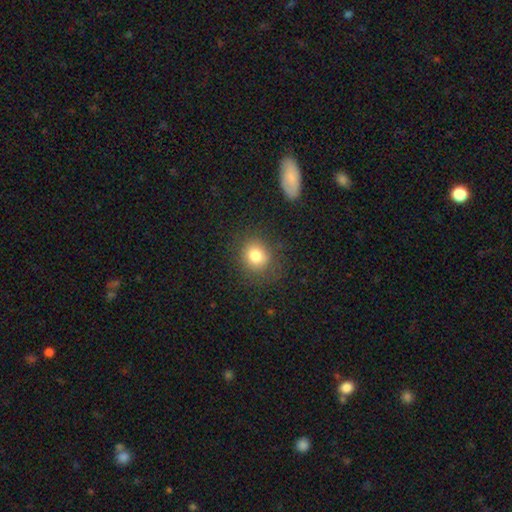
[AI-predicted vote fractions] smooth_or_featured: smooth (p=0.79) [alt: star or artifact p=0.12]
how_rounded: round (p=0.77) [alt: in between p=0.22]
merging: none (p=0.82) [alt: minor disturbance p=0.12]